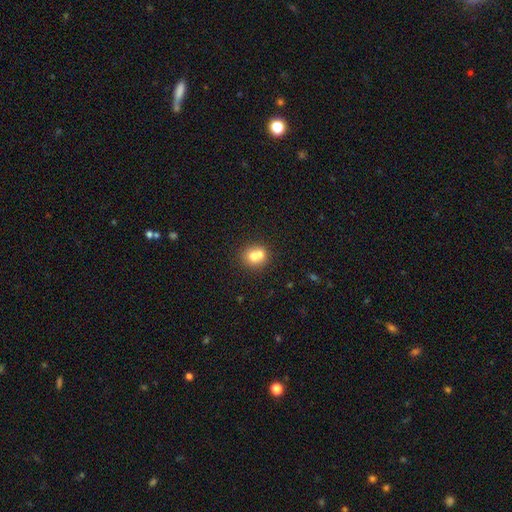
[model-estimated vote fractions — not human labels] Q: Smooth or featured?
A: smooth (69%); runner-up: featured or disk (20%)
Q: How rounded?
A: round (79%); runner-up: in between (20%)
Q: Merging?
A: merger (53%); runner-up: none (38%)